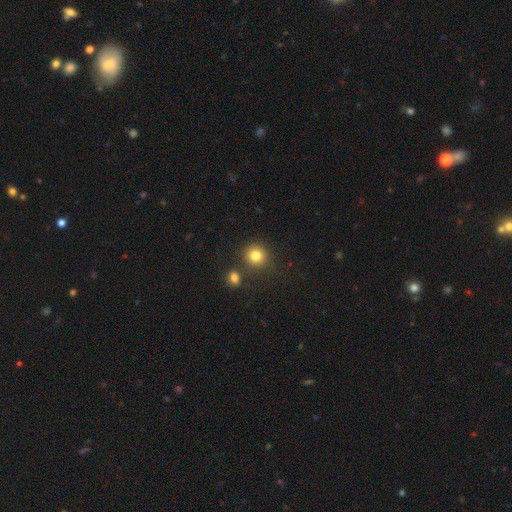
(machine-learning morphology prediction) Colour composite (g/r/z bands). It shows a smooth galaxy with no disk features (81%) that is round (90%). Merging: none (77%).